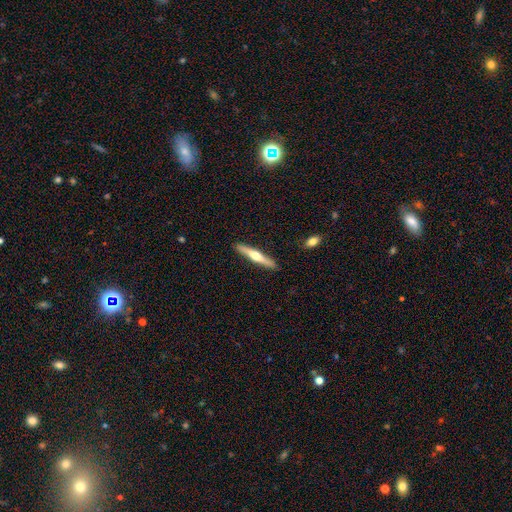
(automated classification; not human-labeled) smooth-or-featured: featured or disk: 58% | smooth: 37% | star or artifact: 5%
  disk-edge-on: yes: 96% | no: 4%
    edge-on-bulge: rounded: 91% | none: 6% | boxy: 3%
  merging: none: 90% | minor disturbance: 7% | major disturbance: 1% | merger: 1%